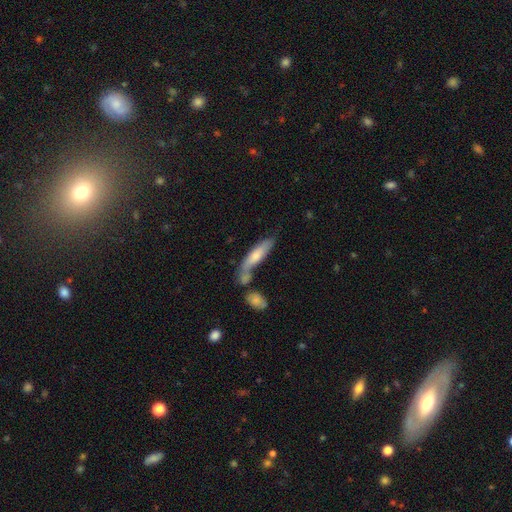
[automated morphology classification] Q: Smooth or featured?
A: smooth (64%); runner-up: featured or disk (30%)
Q: How rounded?
A: cigar-shaped (71%); runner-up: in between (27%)
Q: Merging?
A: none (43%); runner-up: merger (31%)